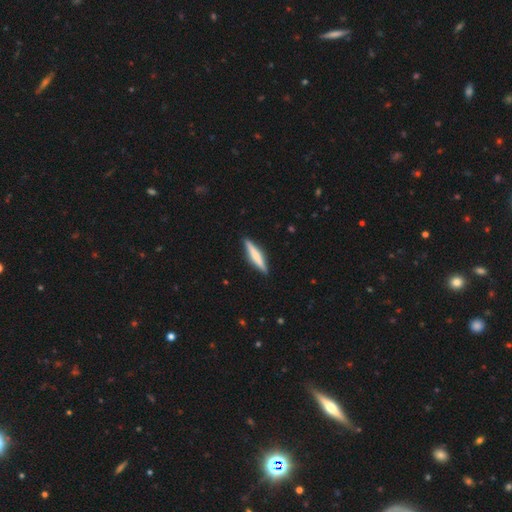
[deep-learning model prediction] This appears to be a smooth galaxy with no disk features (55%) that is cigar-shaped (90%). Merging: none (90%).